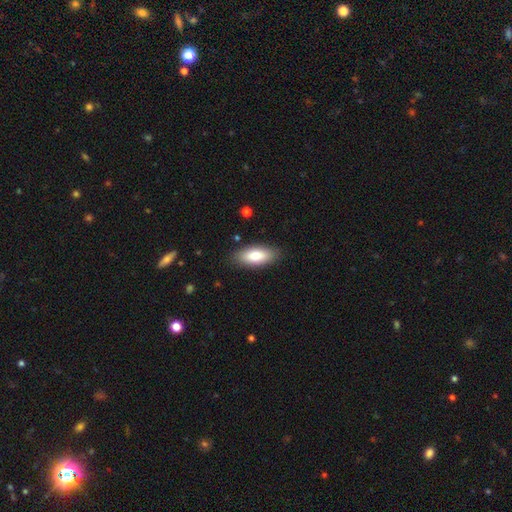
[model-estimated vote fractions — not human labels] Smooth or featured?
  - smooth: 78% *
  - featured or disk: 16%
  - star or artifact: 6%
How rounded?
  - in between: 84% *
  - cigar-shaped: 14%
  - round: 2%
Merging?
  - none: 86% *
  - minor disturbance: 10%
  - major disturbance: 2%
  - merger: 1%